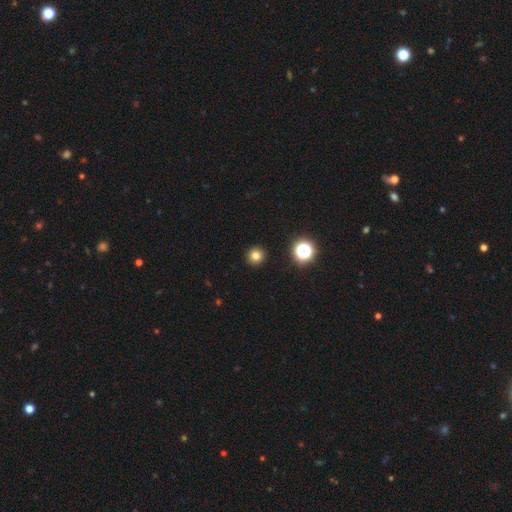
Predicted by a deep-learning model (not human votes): Overall: smooth (79%). How rounded: round (94%). Merging: none (93%).